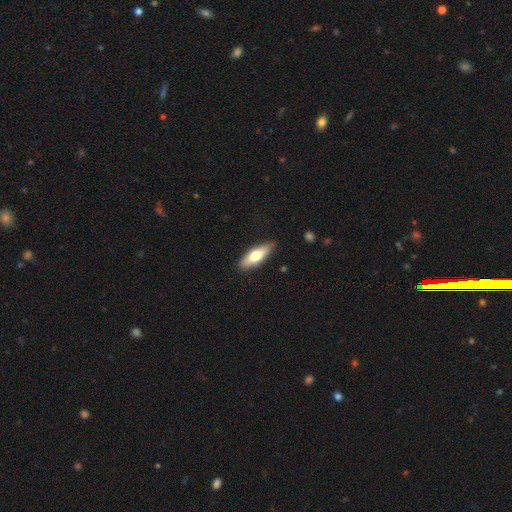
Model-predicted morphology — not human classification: Smooth or featured? smooth (64%)
How rounded? in between (60%)
Merging? none (87%)